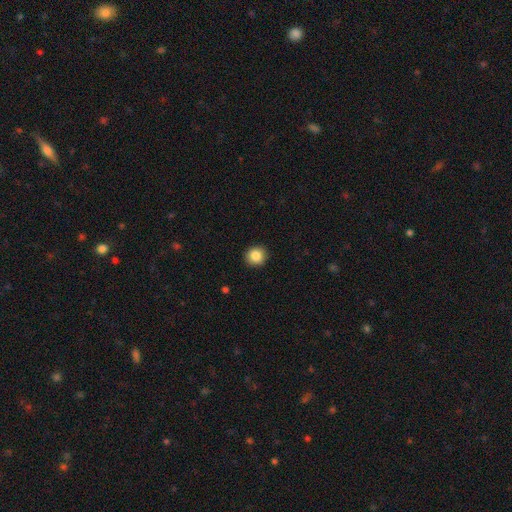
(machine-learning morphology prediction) The model was most divided on "smooth or featured": smooth: 86%, star or artifact: 9%, featured or disk: 5%. More confident: merging — none (91%); how rounded — round (91%).